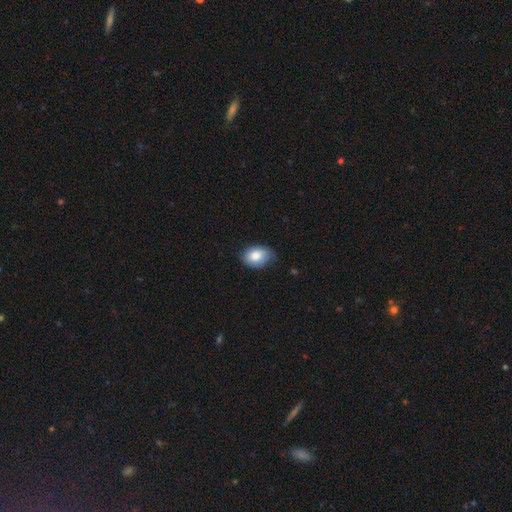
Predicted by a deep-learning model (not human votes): smooth_or_featured: smooth (p=0.83) [alt: featured or disk p=0.10]
how_rounded: in between (p=0.80) [alt: round p=0.19]
merging: none (p=0.70) [alt: minor disturbance p=0.26]